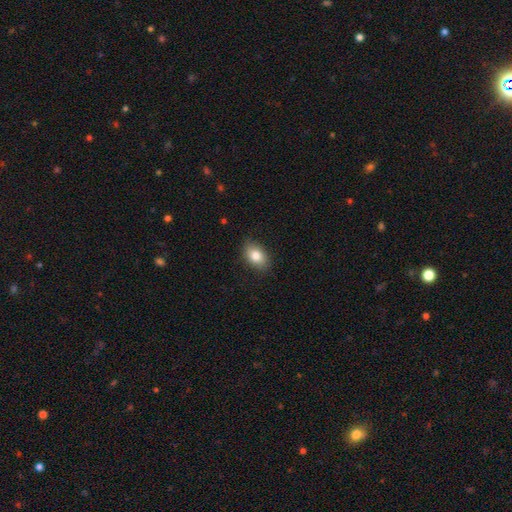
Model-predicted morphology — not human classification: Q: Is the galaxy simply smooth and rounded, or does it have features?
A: smooth — 82%.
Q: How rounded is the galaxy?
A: in between — 83%.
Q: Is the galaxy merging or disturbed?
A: none — 84%.